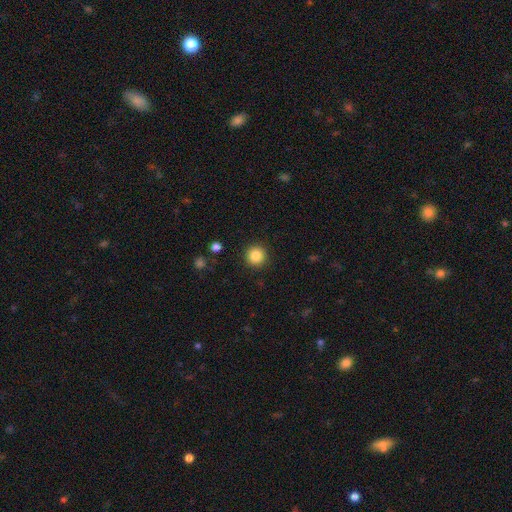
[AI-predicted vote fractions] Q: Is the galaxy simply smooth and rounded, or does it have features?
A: smooth — 85%.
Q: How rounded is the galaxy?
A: round — 95%.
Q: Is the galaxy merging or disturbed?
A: none — 92%.